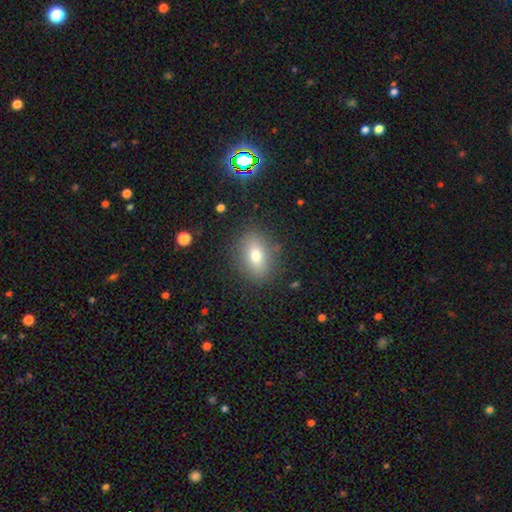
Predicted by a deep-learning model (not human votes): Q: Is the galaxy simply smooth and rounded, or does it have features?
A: smooth — 73%.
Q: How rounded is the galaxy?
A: in between — 75%.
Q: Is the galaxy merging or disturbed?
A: none — 84%.